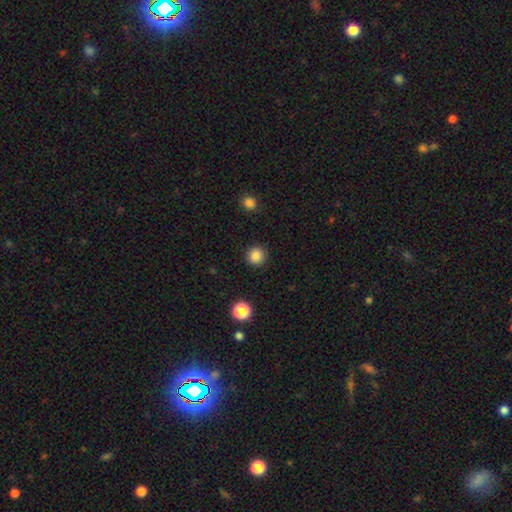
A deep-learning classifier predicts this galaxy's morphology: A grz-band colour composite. It shows a smooth galaxy with no disk features (86%) that is round (95%). Merging: none (92%).